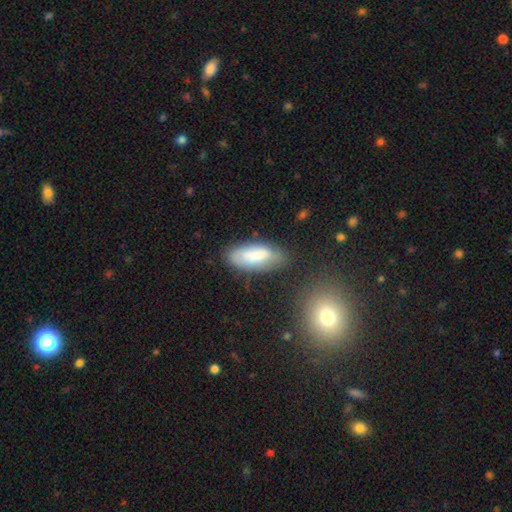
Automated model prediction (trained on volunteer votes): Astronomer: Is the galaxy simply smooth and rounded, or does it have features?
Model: smooth — 70%.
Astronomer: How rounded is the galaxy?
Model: in between — 81%.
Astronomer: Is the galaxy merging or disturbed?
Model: none — 66%.